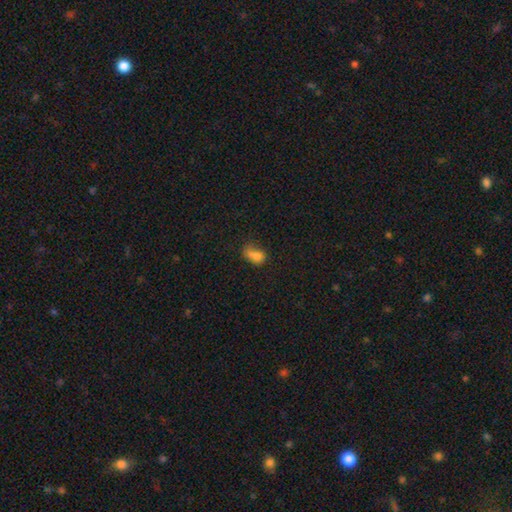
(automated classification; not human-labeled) Morphology: type=smooth (73%); roundness=in between (70%); merging=merger (34%).